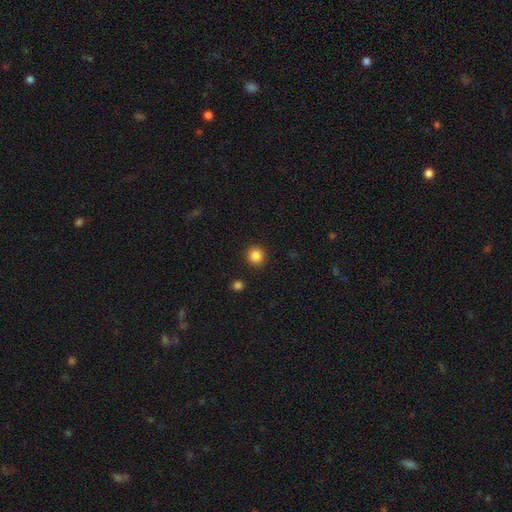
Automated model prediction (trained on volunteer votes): Smooth or featured: smooth — 86% (star or artifact — 10%)
How rounded: round — 93% (in between — 6%)
Merging: none — 91% (minor disturbance — 5%)